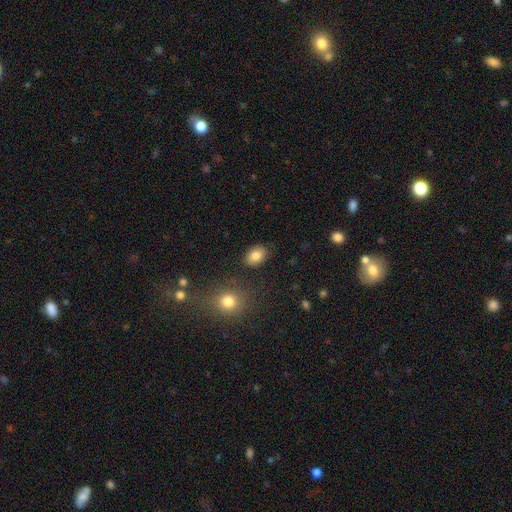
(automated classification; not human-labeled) Smooth or featured? Predicted: smooth (p=0.84). How rounded? Predicted: in between (p=0.75). Merging? Predicted: none (p=0.85).